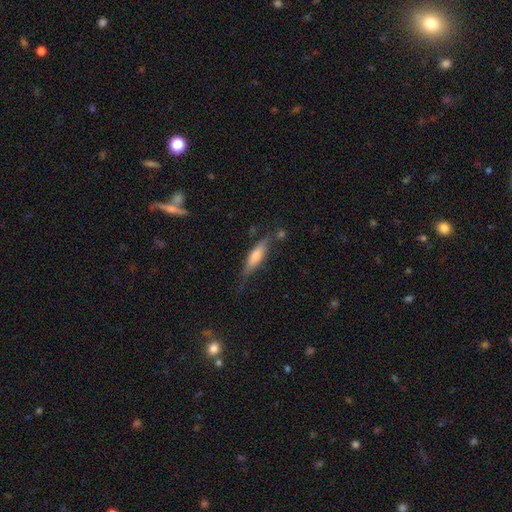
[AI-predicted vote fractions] Morphology: type=smooth (51%); roundness=cigar-shaped (72%); merging=none (68%).